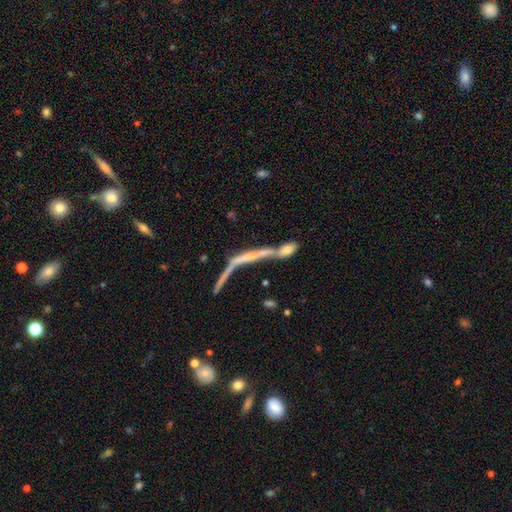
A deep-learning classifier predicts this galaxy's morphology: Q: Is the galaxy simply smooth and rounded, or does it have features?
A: featured or disk — 53%.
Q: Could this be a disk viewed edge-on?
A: yes — 65%.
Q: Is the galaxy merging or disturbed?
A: merger — 40%.